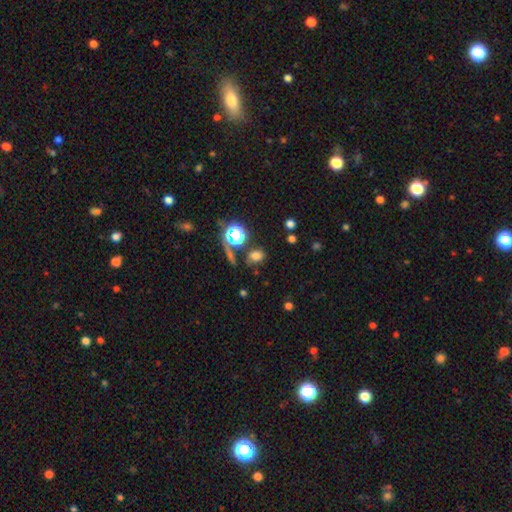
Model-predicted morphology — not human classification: Smooth or featured: smooth — 69% (star or artifact — 23%)
How rounded: in between — 59% (round — 38%)
Merging: none — 76% (minor disturbance — 12%)